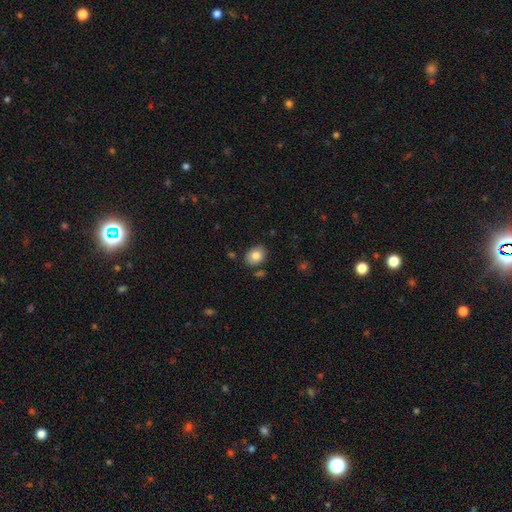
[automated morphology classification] Smooth or featured: smooth — 82% (featured or disk — 10%)
How rounded: in between — 66% (round — 33%)
Merging: none — 83% (minor disturbance — 11%)